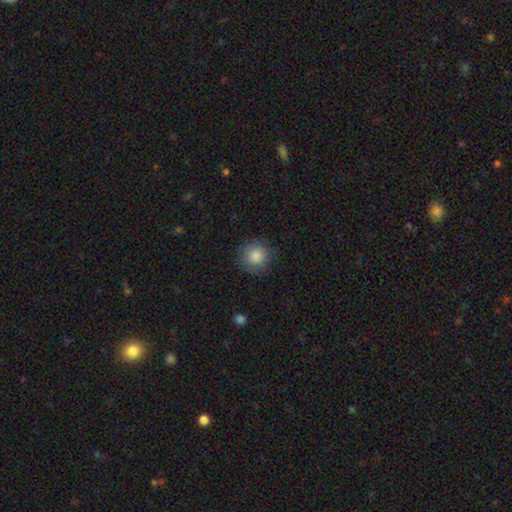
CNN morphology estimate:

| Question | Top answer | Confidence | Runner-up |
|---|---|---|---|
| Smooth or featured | smooth | 84% | star or artifact (9%) |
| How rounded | round | 93% | in between (6%) |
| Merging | none | 84% | minor disturbance (12%) |